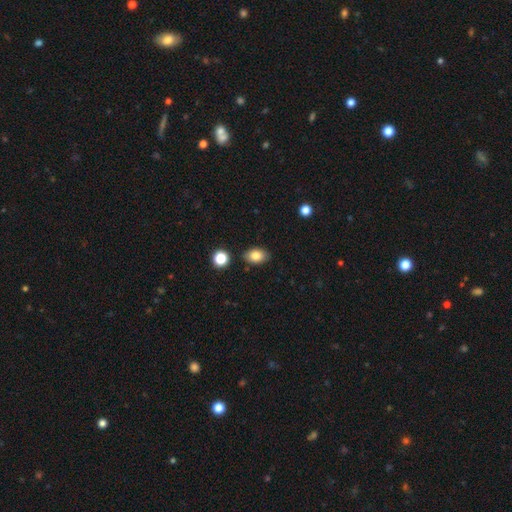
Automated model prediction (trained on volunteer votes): This appears to be a smooth galaxy with no disk features (84%) that is in between round and cigar-shaped (85%). Merging: none (84%).